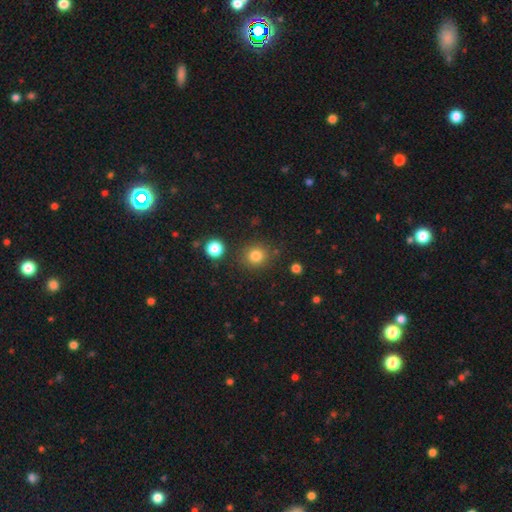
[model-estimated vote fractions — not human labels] A smooth galaxy with no disk features (82%) that is round (88%).

Vote fractions:
- Smooth or featured? smooth: 82% / star or artifact: 13% / featured or disk: 6%
- How rounded? round: 88% / in between: 11% / cigar-shaped: 1%
- Merging? none: 85% / minor disturbance: 8% / merger: 4% / major disturbance: 3%